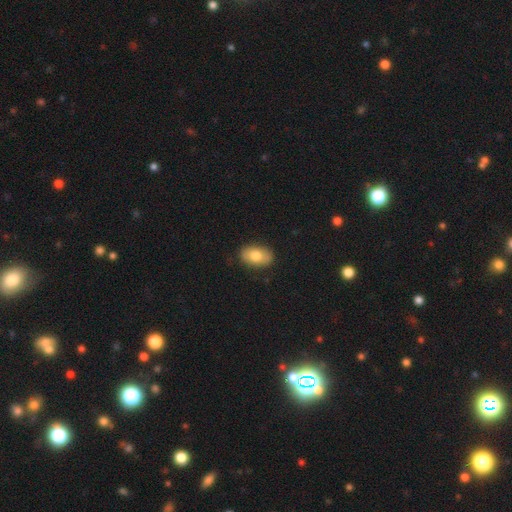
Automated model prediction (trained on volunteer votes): The model was most divided on "smooth or featured": smooth: 78%, featured or disk: 15%, star or artifact: 7%. More confident: how rounded — in between (88%); merging — none (86%).